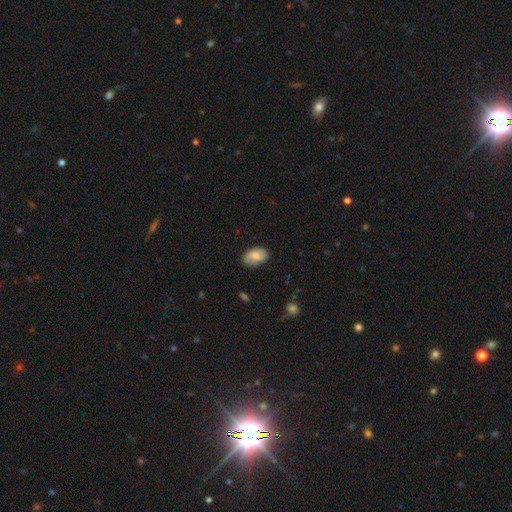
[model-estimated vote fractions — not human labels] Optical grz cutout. It shows a smooth galaxy with no disk features (68%) that is in between round and cigar-shaped (90%). Merging: none (77%).